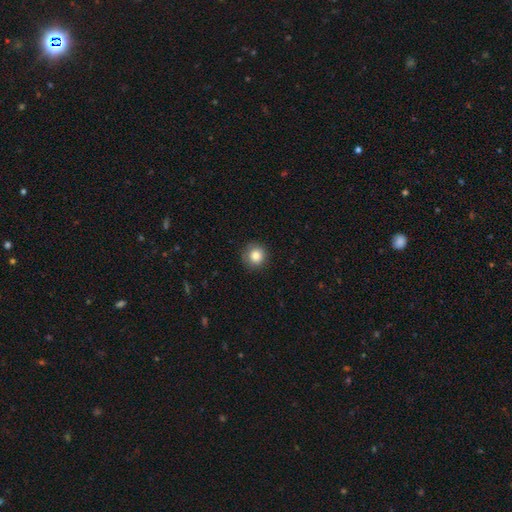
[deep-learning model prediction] Q: Smooth or featured?
A: smooth (84%); runner-up: star or artifact (10%)
Q: How rounded?
A: round (93%); runner-up: in between (6%)
Q: Merging?
A: none (87%); runner-up: minor disturbance (9%)